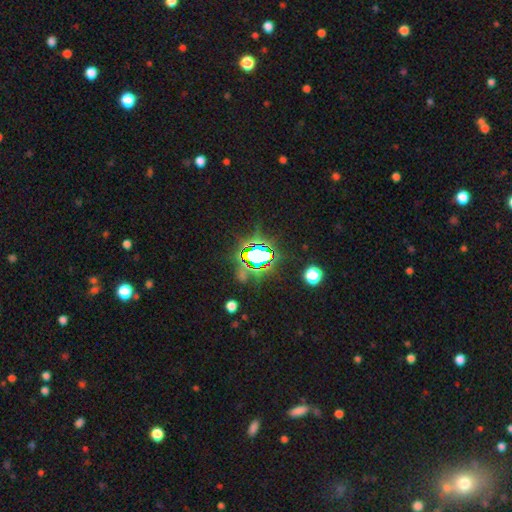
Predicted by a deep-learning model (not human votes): smooth_or_featured: star or artifact (p=0.72) [alt: smooth p=0.16]